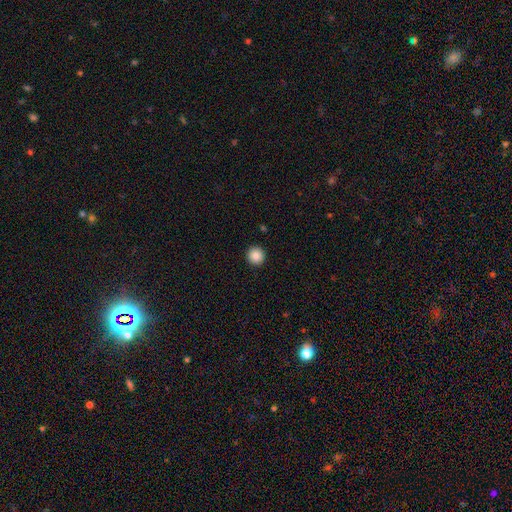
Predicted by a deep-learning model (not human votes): smooth_or_featured: smooth (p=0.87) [alt: star or artifact p=0.09]
how_rounded: round (p=0.95) [alt: in between p=0.04]
merging: none (p=0.93) [alt: minor disturbance p=0.04]